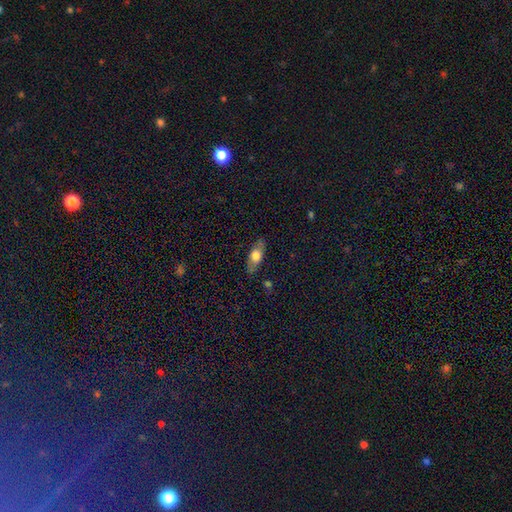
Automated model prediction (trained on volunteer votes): smooth_or_featured: smooth (p=0.59) [alt: featured or disk p=0.34]
how_rounded: in between (p=0.70) [alt: cigar-shaped p=0.24]
merging: none (p=0.82) [alt: minor disturbance p=0.13]